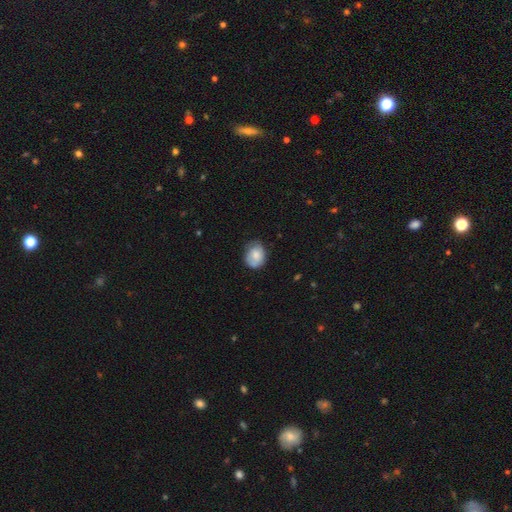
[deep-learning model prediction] The model was most divided on "how rounded": round: 51%, in between: 48%, cigar-shaped: 1%. More confident: smooth or featured — smooth (70%); merging — none (59%).